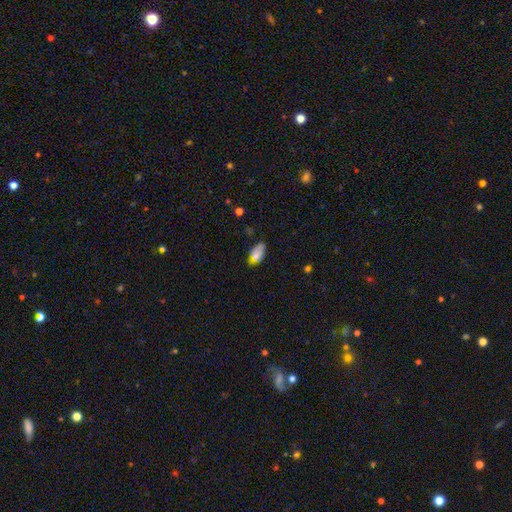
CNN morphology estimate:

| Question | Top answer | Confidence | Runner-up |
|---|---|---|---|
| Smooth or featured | smooth | 74% | featured or disk (16%) |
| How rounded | in between | 92% | cigar-shaped (4%) |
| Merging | none | 60% | minor disturbance (29%) |